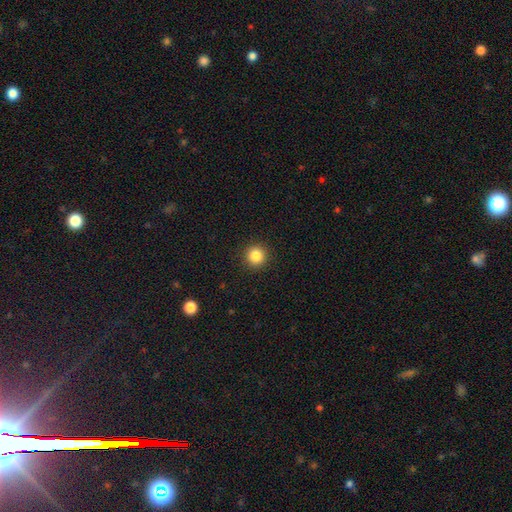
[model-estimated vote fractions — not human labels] smooth_or_featured: smooth (p=0.85) [alt: star or artifact p=0.11]
how_rounded: round (p=0.95) [alt: in between p=0.04]
merging: none (p=0.92) [alt: minor disturbance p=0.05]